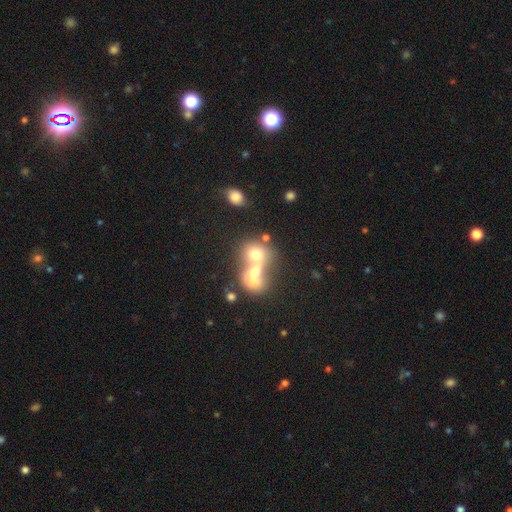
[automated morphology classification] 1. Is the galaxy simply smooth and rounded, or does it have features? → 60% smooth, 27% featured or disk, 13% star or artifact.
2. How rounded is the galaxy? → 61% round, 38% in between, 1% cigar-shaped.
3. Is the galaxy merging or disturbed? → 75% merger, 16% none, 5% minor disturbance, 5% major disturbance.